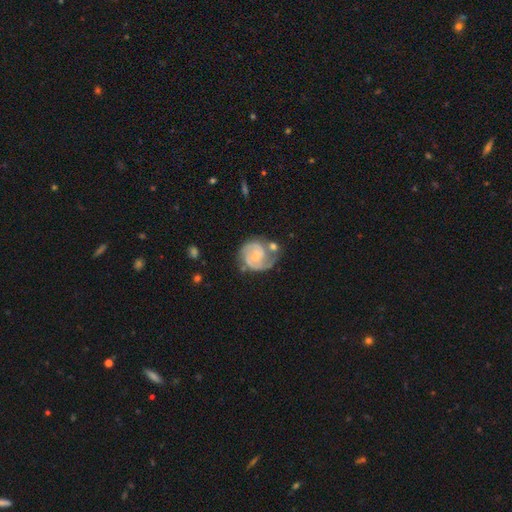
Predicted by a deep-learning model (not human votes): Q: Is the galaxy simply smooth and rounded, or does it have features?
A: featured or disk — 83%.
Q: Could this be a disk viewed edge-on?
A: no — 98%.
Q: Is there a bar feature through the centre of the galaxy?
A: no — 46%.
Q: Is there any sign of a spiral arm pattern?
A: yes — 96%.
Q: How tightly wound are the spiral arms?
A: tight — 49%.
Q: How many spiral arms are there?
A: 2 — 78%.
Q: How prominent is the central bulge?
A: small — 54%.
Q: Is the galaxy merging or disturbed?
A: none — 51%.